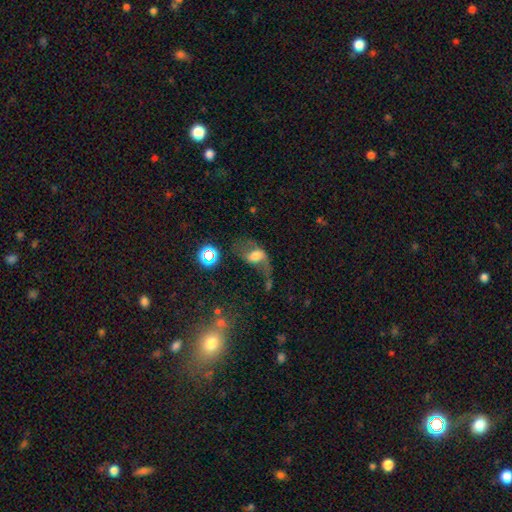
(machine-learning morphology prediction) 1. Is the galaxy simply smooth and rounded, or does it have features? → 47% featured or disk, 37% smooth, 15% star or artifact.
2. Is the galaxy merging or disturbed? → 52% major disturbance, 22% none, 15% minor disturbance, 11% merger.